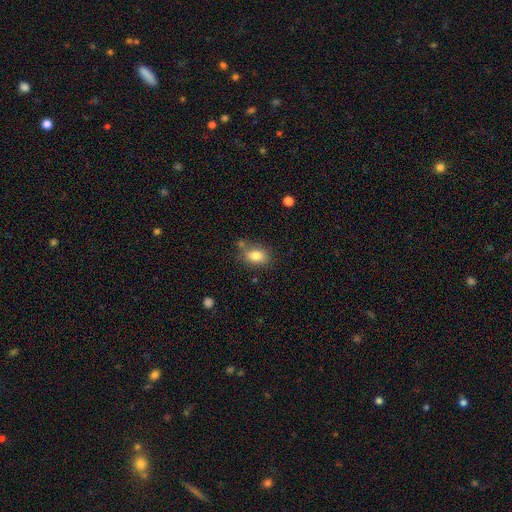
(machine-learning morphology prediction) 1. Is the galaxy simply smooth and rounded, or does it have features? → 82% smooth, 9% star or artifact, 9% featured or disk.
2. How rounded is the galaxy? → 81% in between, 18% round, 2% cigar-shaped.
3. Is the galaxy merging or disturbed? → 68% none, 17% minor disturbance, 9% merger, 5% major disturbance.